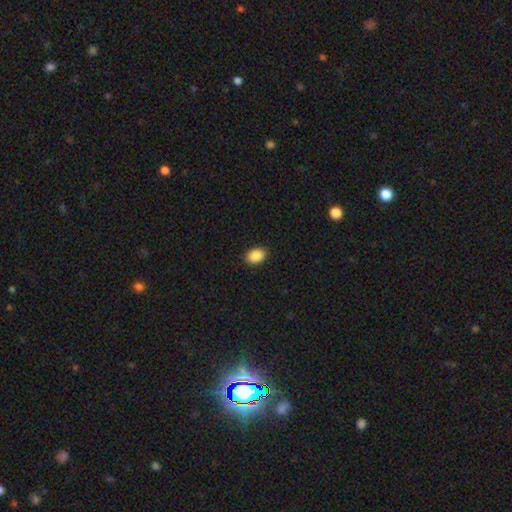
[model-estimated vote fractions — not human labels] Smooth or featured? Predicted: smooth (p=0.89). How rounded? Predicted: in between (p=0.81). Merging? Predicted: none (p=0.90).